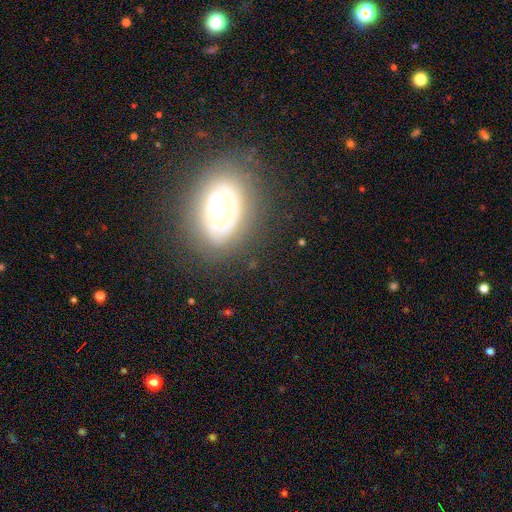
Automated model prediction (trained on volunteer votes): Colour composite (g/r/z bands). It shows a featured or disk galaxy (43%, tied with smooth). Merging: none (82%).